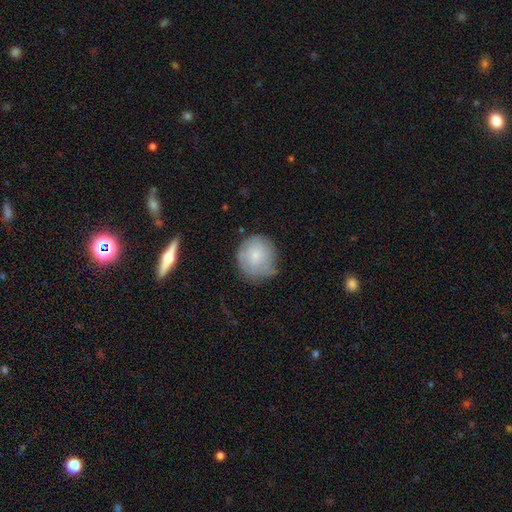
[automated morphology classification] This appears to be a smooth galaxy with no disk features (74%) that is round (88%). Merging: none (58%).